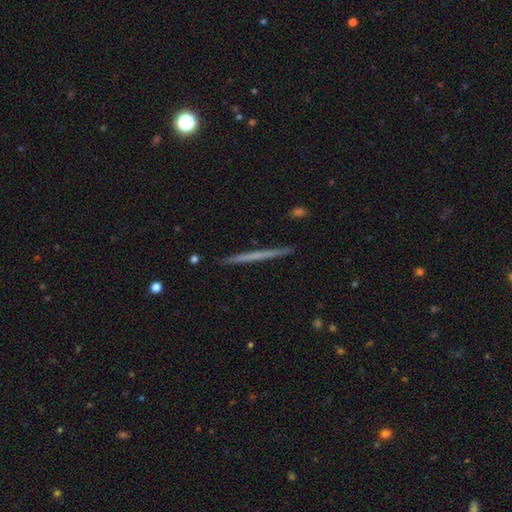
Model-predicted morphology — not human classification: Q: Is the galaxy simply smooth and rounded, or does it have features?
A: featured or disk — 52%.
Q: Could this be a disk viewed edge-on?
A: yes — 98%.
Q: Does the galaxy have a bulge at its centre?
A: none — 92%.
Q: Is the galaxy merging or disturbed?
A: none — 92%.